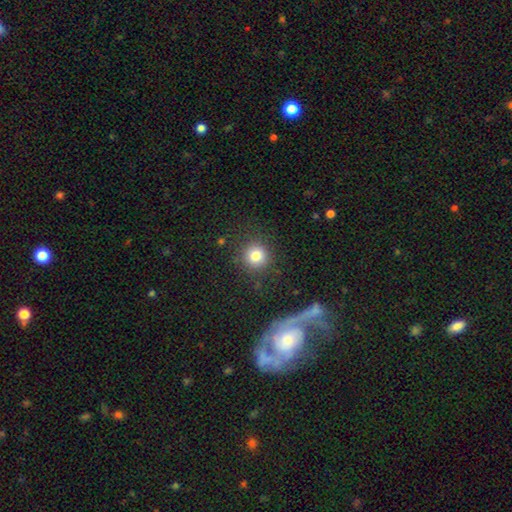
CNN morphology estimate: A smooth galaxy with no disk features (80%) that is round (93%). Merging: none (86%).